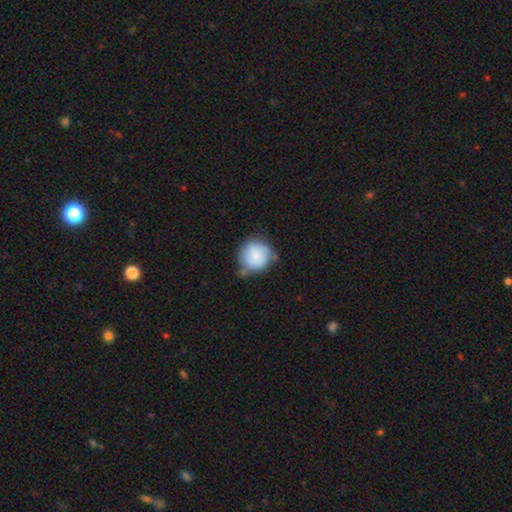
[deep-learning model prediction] Q: Smooth or featured?
A: smooth (83%); runner-up: featured or disk (10%)
Q: How rounded?
A: round (88%); runner-up: in between (11%)
Q: Merging?
A: none (50%); runner-up: minor disturbance (35%)